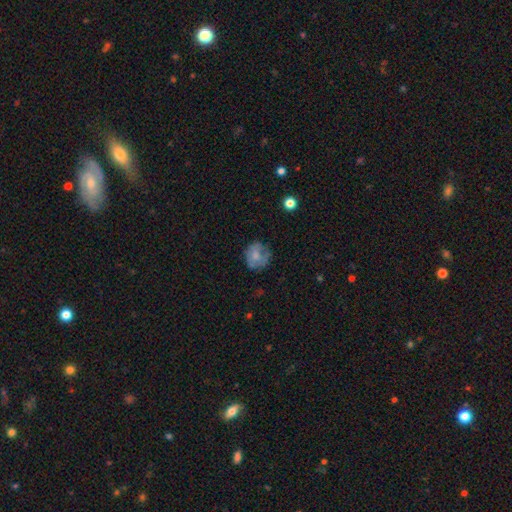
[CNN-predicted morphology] smooth_or_featured: smooth (p=0.63) [alt: featured or disk p=0.28]
how_rounded: round (p=0.78) [alt: in between p=0.21]
merging: none (p=0.62) [alt: minor disturbance p=0.24]